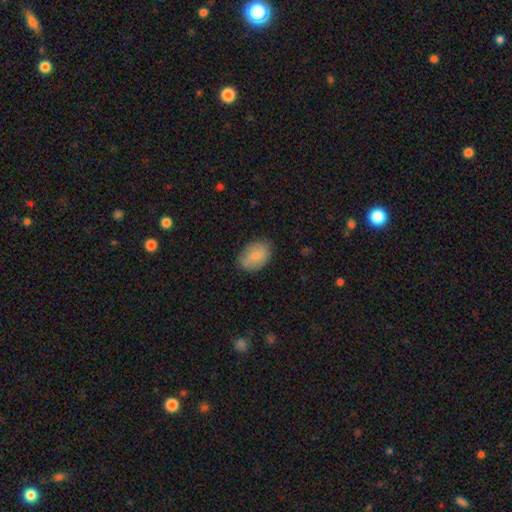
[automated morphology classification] smooth-or-featured: smooth: 72% | featured or disk: 21% | star or artifact: 7%
  how-rounded: in between: 83% | round: 16% | cigar-shaped: 1%
  merging: none: 79% | minor disturbance: 16% | major disturbance: 4% | merger: 1%